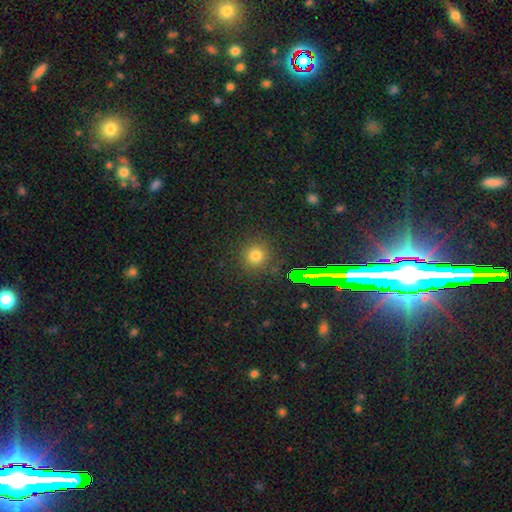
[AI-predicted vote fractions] Smooth or featured? smooth (72%)
How rounded? round (92%)
Merging? none (87%)